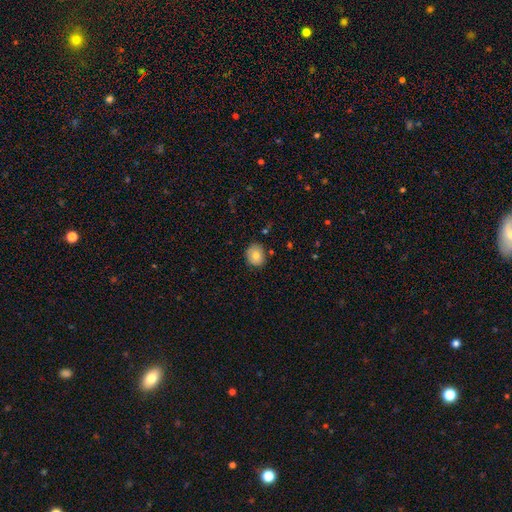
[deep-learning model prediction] Overall: smooth (76%). How rounded: round (74%). Merging: none (82%).